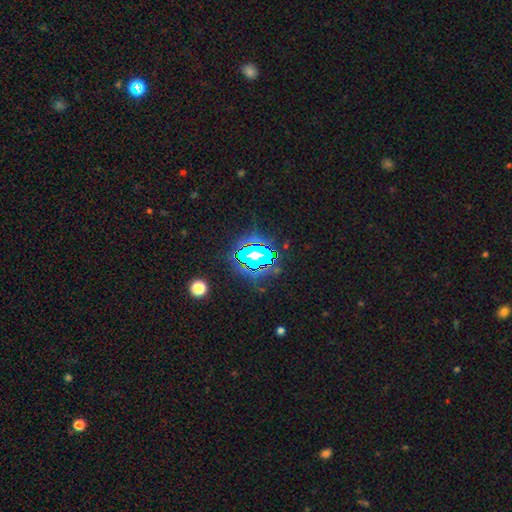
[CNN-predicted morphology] This appears to be a star or artifact, not a galaxy (62%).